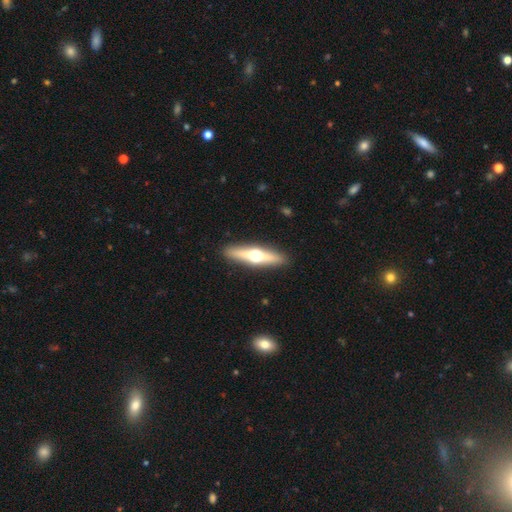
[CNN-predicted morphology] Smooth or featured? Predicted: featured or disk (p=0.64). Edge-on disk? Predicted: yes (p=0.95). Edge-on bulge? Predicted: rounded (p=0.96). Merging? Predicted: none (p=0.91).